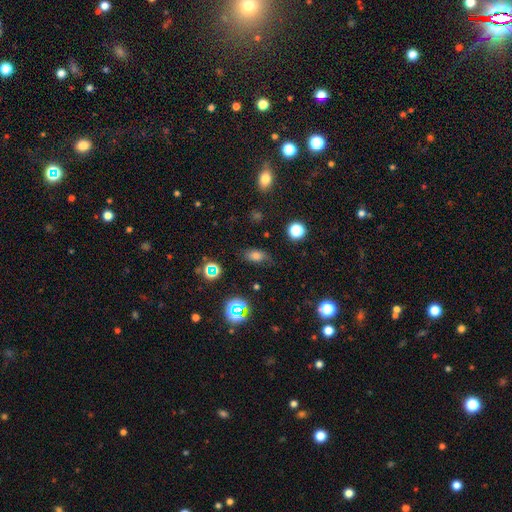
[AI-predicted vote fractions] This is likely a smooth galaxy (70%). How rounded: clearly in between (82%). Merging: likely none (70%).